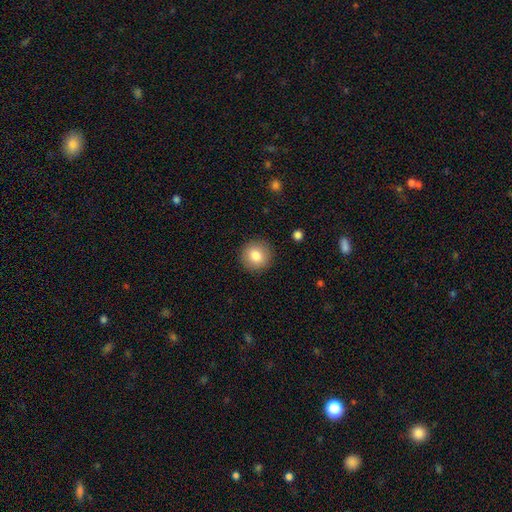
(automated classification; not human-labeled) Smooth or featured: smooth — 82% (featured or disk — 9%)
How rounded: round — 93% (in between — 6%)
Merging: none — 91% (minor disturbance — 6%)